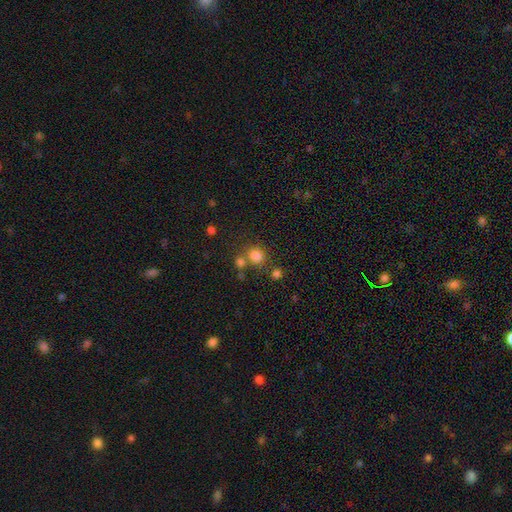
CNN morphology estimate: A smooth galaxy with no disk features (79%) that is round (77%). Merging: none (60%).